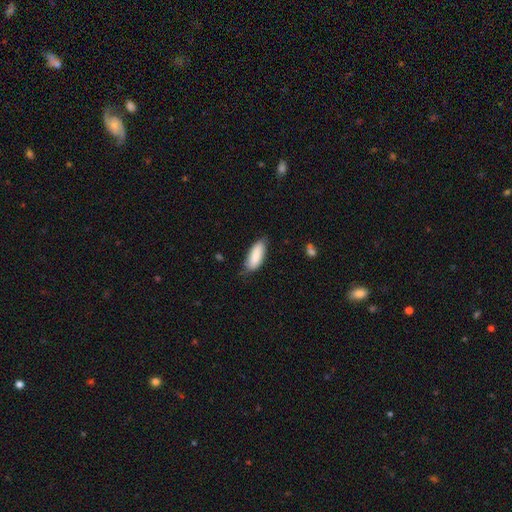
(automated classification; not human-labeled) This appears to be a smooth galaxy with no disk features (86%) that is in between round and cigar-shaped (76%). Merging: none (66%).